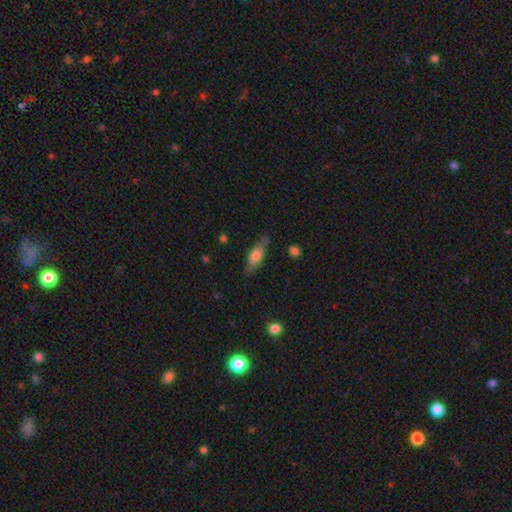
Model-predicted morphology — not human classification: smooth 67%, featured or disk 26%, star or artifact 7%. Down the decision tree: how rounded — in between (61%); merging — none (72%).